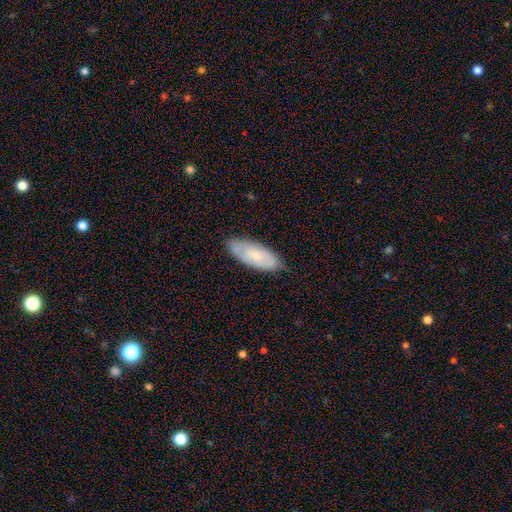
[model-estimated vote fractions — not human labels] Overall: smooth (65%; featured or disk 29%). How rounded: in between (78%). Merging: none (79%).